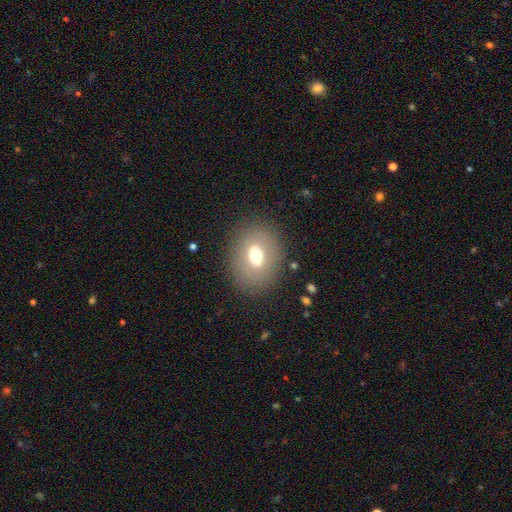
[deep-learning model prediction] Q: Smooth or featured?
A: smooth (61%); runner-up: featured or disk (27%)
Q: How rounded?
A: in between (64%); runner-up: round (35%)
Q: Merging?
A: none (83%); runner-up: minor disturbance (10%)